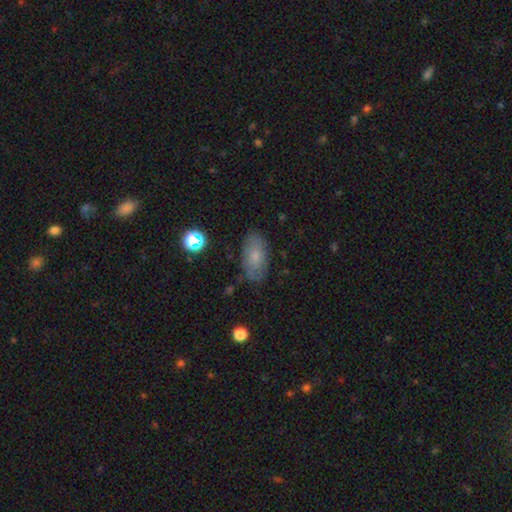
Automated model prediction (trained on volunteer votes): Overall: smooth (68%). How rounded: in between (92%). Merging: none (78%).